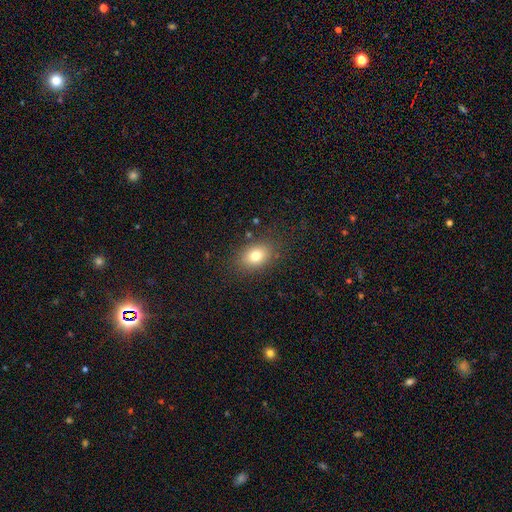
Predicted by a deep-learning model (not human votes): Smooth or featured?
  - smooth: 78% *
  - star or artifact: 11%
  - featured or disk: 11%
How rounded?
  - in between: 72% *
  - round: 27%
  - cigar-shaped: 1%
Merging?
  - none: 84% *
  - minor disturbance: 11%
  - major disturbance: 4%
  - merger: 1%